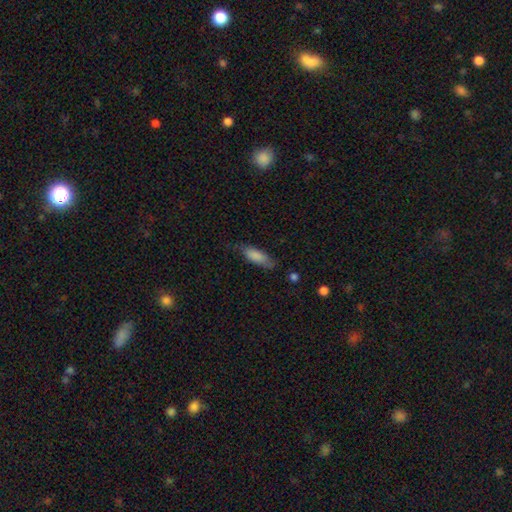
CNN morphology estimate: This is clearly a smooth galaxy (83%). How rounded: likely in between (66%). Merging: likely none (66%).